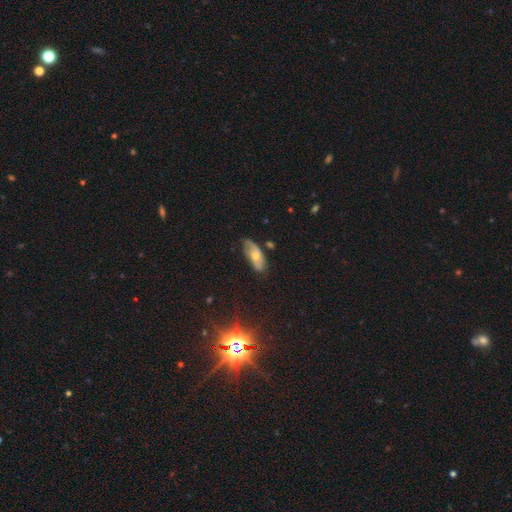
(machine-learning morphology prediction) Overall: smooth (47%; featured or disk 43%). Merging: none (64%; minor disturbance 27%).